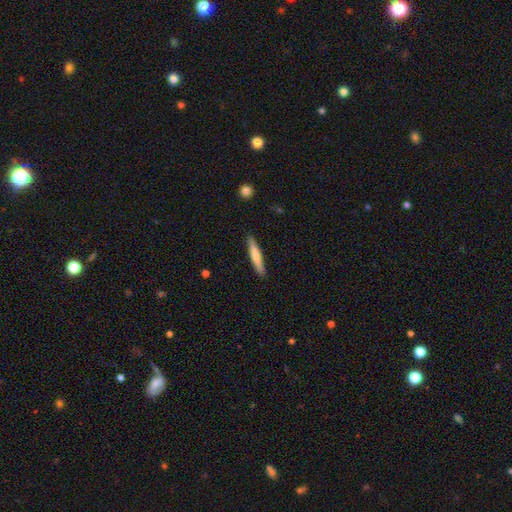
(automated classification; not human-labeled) smooth_or_featured: smooth (p=0.70) [alt: featured or disk p=0.25]
how_rounded: cigar-shaped (p=0.93) [alt: in between p=0.06]
merging: none (p=0.90) [alt: minor disturbance p=0.08]